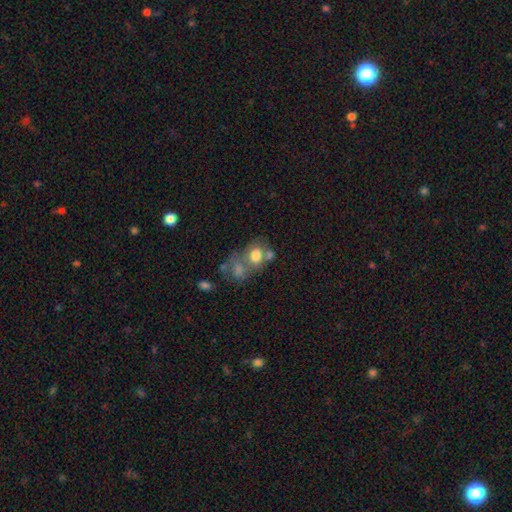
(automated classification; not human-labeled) Smooth or featured? Predicted: smooth (p=0.64). How rounded? Predicted: in between (p=0.61). Merging? Predicted: merger (p=0.48).